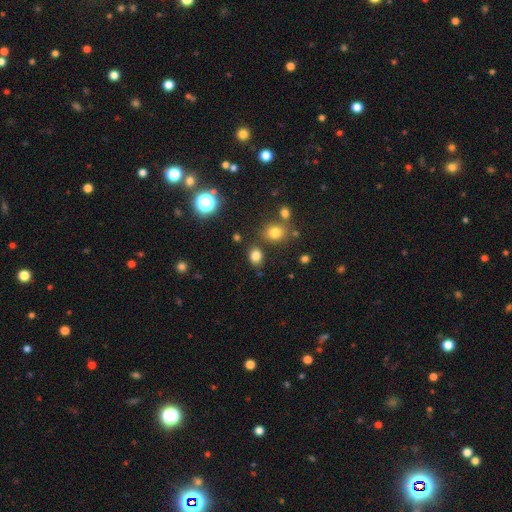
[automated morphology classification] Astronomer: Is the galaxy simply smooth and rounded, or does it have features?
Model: smooth — 80%.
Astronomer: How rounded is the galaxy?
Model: in between — 53% (runner-up: round, 45%).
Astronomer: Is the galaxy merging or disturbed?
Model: none — 79%.